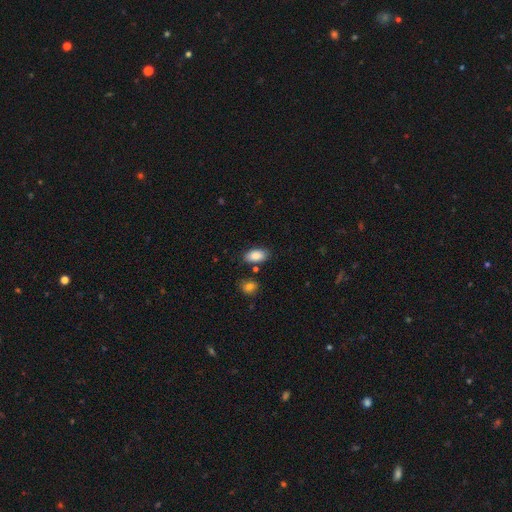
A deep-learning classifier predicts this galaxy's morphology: smooth_or_featured: smooth (p=0.88) [alt: star or artifact p=0.07]
how_rounded: in between (p=0.93) [alt: round p=0.05]
merging: none (p=0.80) [alt: minor disturbance p=0.12]